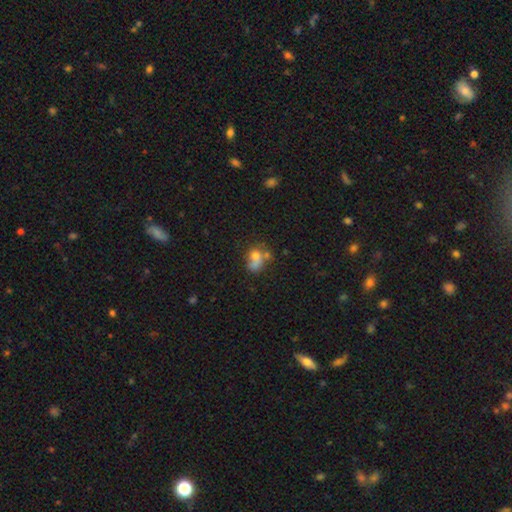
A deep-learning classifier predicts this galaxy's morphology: This appears to be a smooth galaxy with no disk features (64%) that is in between round and cigar-shaped (55%). Merging: merger (37%).